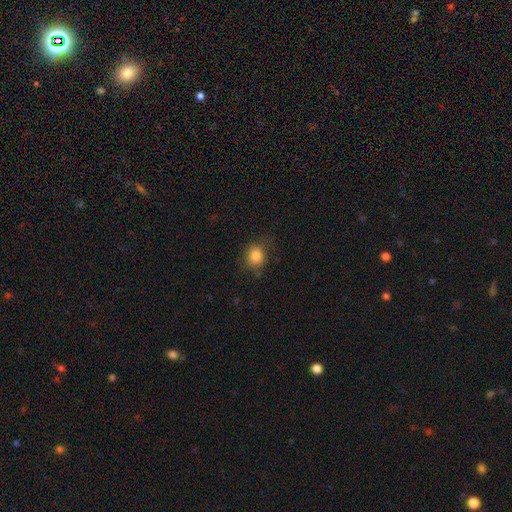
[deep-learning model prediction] The model was most divided on "how rounded": round: 71%, in between: 28%, cigar-shaped: 1%. More confident: smooth or featured — smooth (84%); merging — none (74%).